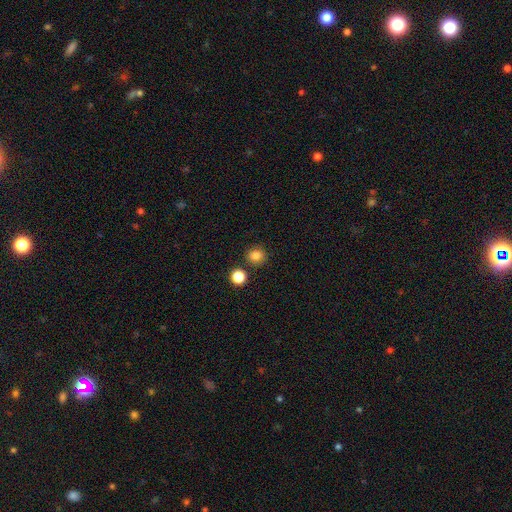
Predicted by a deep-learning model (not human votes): smooth-or-featured: smooth: 83% | star or artifact: 12% | featured or disk: 5%
  how-rounded: round: 84% | in between: 15% | cigar-shaped: 1%
  merging: none: 83% | minor disturbance: 8% | merger: 7% | major disturbance: 2%